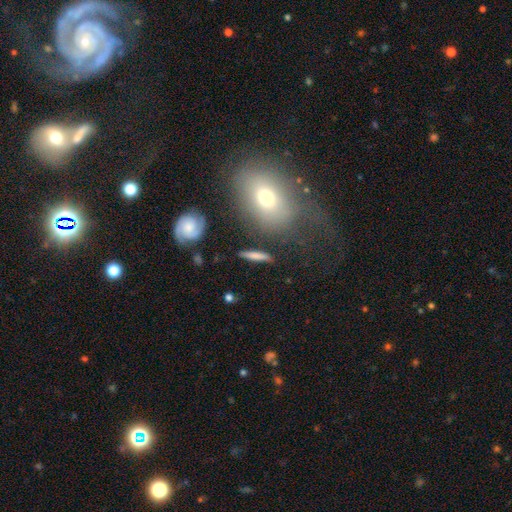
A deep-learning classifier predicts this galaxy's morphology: Smooth or featured?
  - smooth: 67% *
  - featured or disk: 25%
  - star or artifact: 8%
How rounded?
  - cigar-shaped: 85% *
  - in between: 12%
  - round: 4%
Merging?
  - none: 85% *
  - minor disturbance: 9%
  - merger: 3%
  - major disturbance: 3%